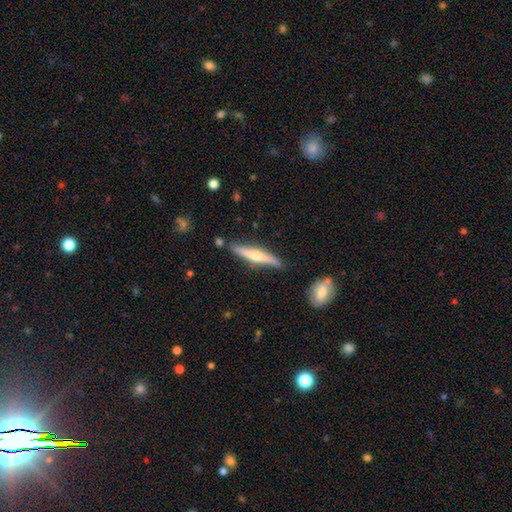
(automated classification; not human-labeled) Smooth or featured? Predicted: featured or disk (p=0.65). Edge-on disk? Predicted: yes (p=0.96). Edge-on bulge? Predicted: rounded (p=0.87). Merging? Predicted: none (p=0.84).